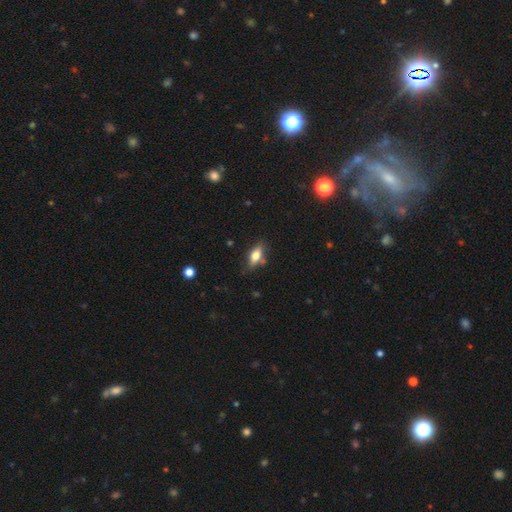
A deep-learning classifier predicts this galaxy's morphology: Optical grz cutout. It shows a smooth galaxy with no disk features (68%) that is in between round and cigar-shaped (78%). Merging: none (76%).